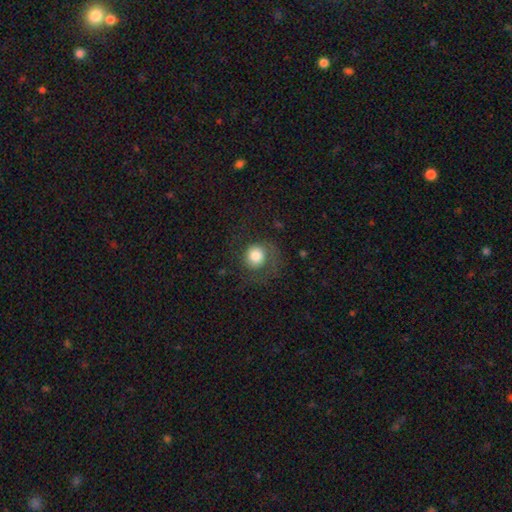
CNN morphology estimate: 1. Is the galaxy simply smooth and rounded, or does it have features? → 67% smooth, 25% featured or disk, 8% star or artifact.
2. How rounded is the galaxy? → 87% round, 12% in between, 1% cigar-shaped.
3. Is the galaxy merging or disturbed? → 56% none, 25% major disturbance, 18% minor disturbance, 2% merger.